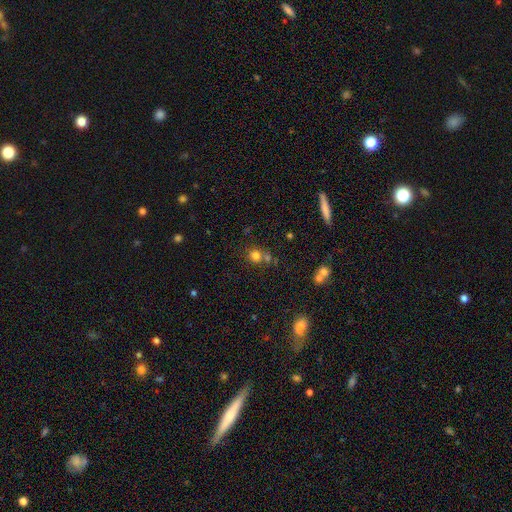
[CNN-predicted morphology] The model was most divided on "merging": none: 61%, merger: 26%, minor disturbance: 9%, major disturbance: 4%. More confident: how rounded — round (85%); smooth or featured — smooth (76%).